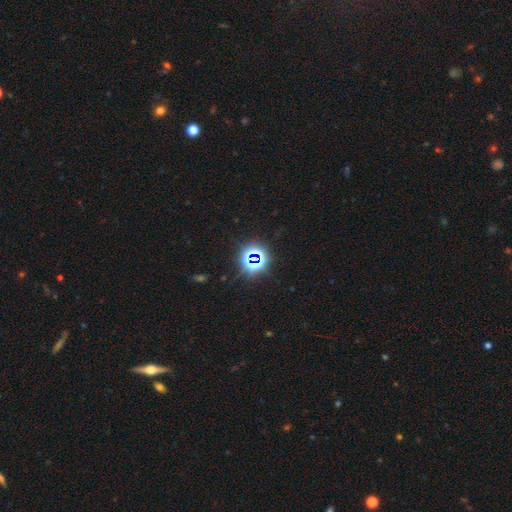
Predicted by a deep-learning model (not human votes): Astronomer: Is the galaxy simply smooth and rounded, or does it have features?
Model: star or artifact — 78%.